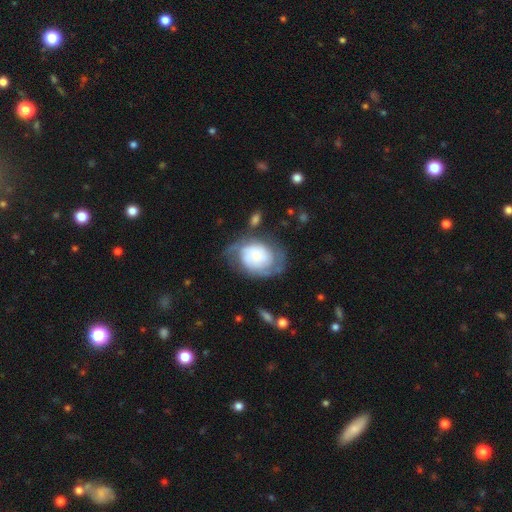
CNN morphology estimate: Smooth or featured? Predicted: featured or disk (p=0.60). Edge-on disk? Predicted: no (p=0.97). Bar? Predicted: no (p=0.80). Spiral arms? Predicted: yes (p=0.82). Bulge size? Predicted: large (p=0.30). Merging? Predicted: none (p=0.48).